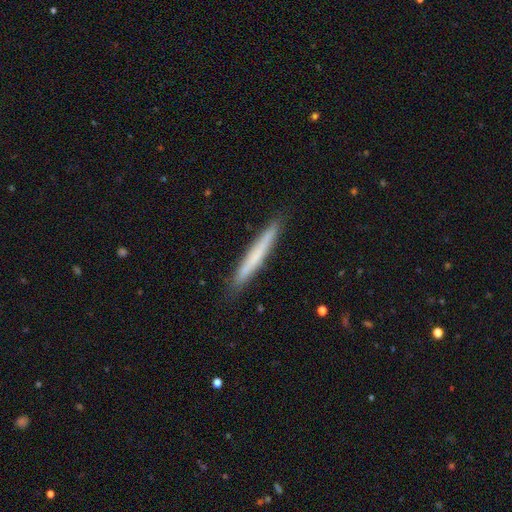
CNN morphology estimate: smooth-or-featured: smooth: 63% | featured or disk: 31% | star or artifact: 6%
  how-rounded: cigar-shaped: 97% | in between: 2% | round: 1%
  merging: none: 91% | minor disturbance: 7% | major disturbance: 1% | merger: 1%